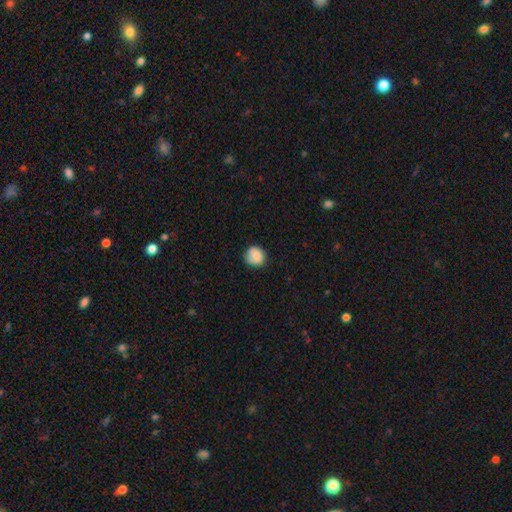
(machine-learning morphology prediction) Smooth or featured? smooth (82%)
How rounded? round (86%)
Merging? none (76%)